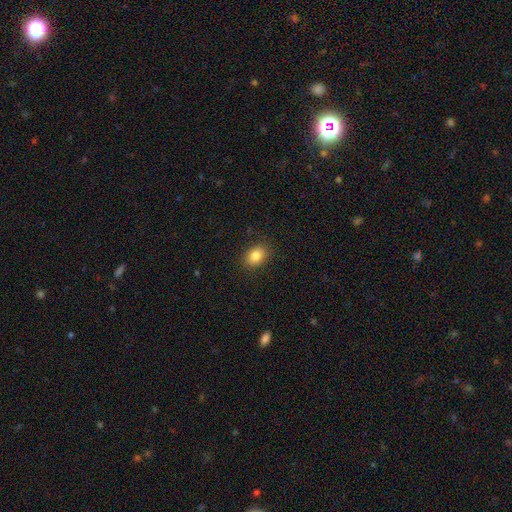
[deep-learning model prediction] The model was most divided on "how rounded": in between: 75%, round: 24%, cigar-shaped: 1%. More confident: merging — none (87%); smooth or featured — smooth (85%).